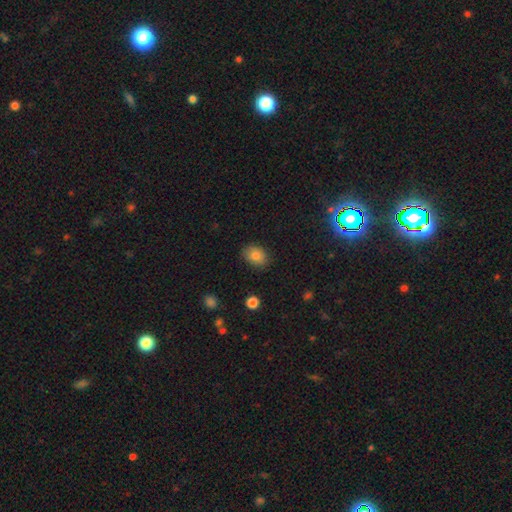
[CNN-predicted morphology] Smooth or featured?
  - smooth: 83% *
  - star or artifact: 9%
  - featured or disk: 8%
How rounded?
  - in between: 68% *
  - round: 31%
  - cigar-shaped: 1%
Merging?
  - none: 83% *
  - minor disturbance: 13%
  - major disturbance: 3%
  - merger: 1%